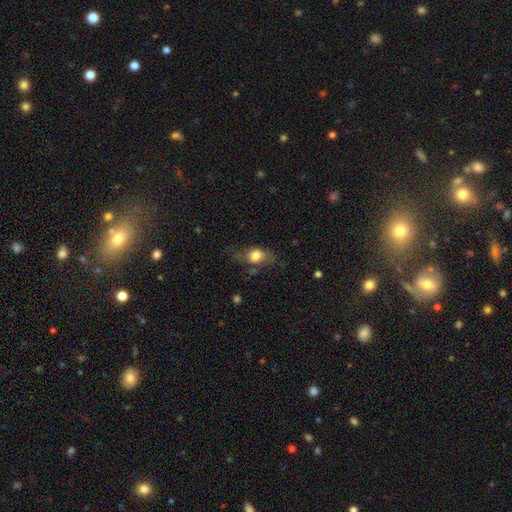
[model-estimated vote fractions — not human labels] smooth_or_featured: smooth (p=0.67) [alt: featured or disk p=0.25]
how_rounded: in between (p=0.70) [alt: round p=0.25]
merging: none (p=0.48) [alt: minor disturbance p=0.29]